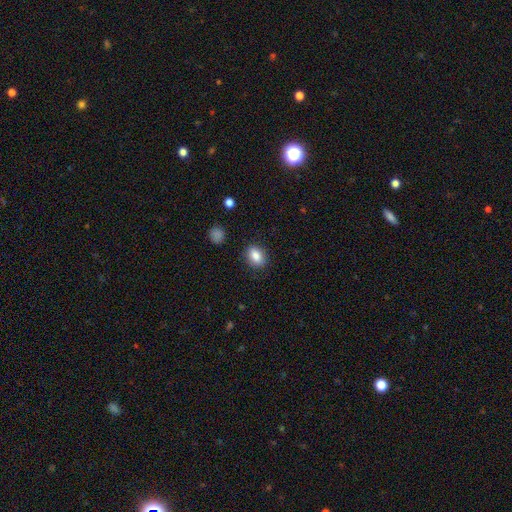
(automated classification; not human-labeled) A smooth galaxy with no disk features (85%) that is in between round and cigar-shaped (76%). Merging: none (87%).